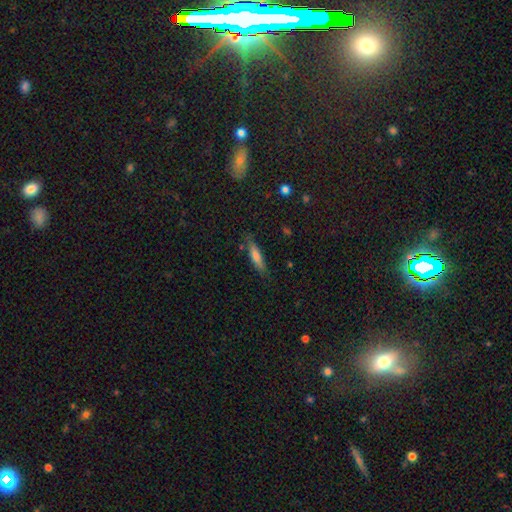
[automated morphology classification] This appears to be a smooth galaxy with no disk features (69%) that is cigar-shaped (78%). Merging: none (80%).